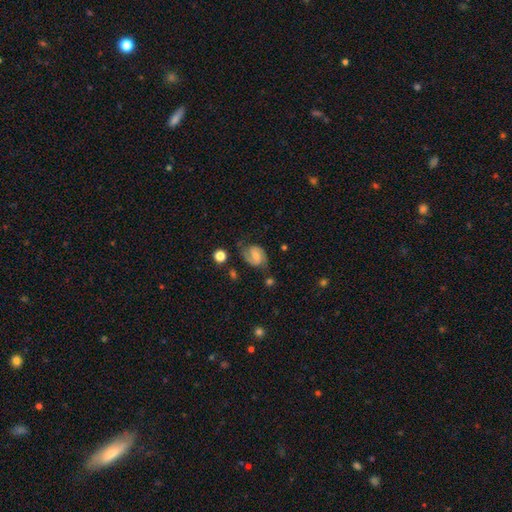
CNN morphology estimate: This appears to be a featured or disk galaxy (73%) with a weak bar (50%), 2 (87%) medium (51%) spiral arms (95%) and a small central bulge (40%). Merging: none (67%).